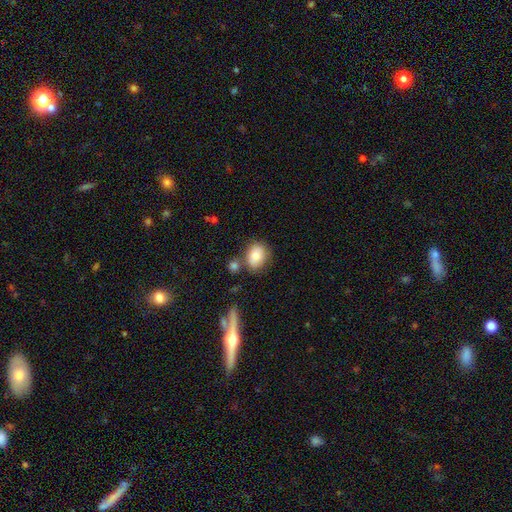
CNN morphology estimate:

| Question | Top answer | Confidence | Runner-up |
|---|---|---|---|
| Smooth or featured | smooth | 81% | featured or disk (11%) |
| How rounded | in between | 58% | round (40%) |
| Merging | none | 65% | minor disturbance (17%) |